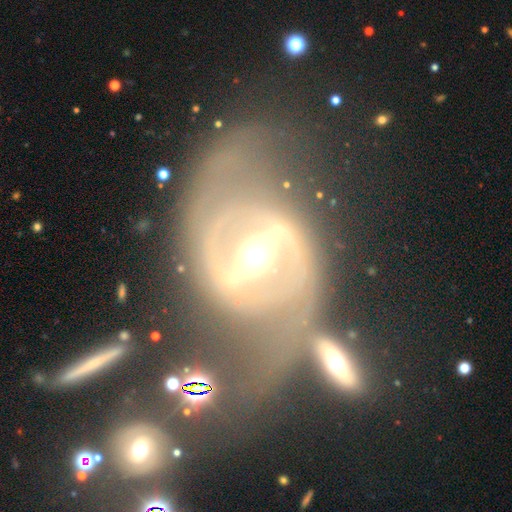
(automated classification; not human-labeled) A featured or disk galaxy (87%) with a strong bar (55%), 2 (85%) medium (48%) spiral arms (90%) and a moderate central bulge (63%). Merging: none (47%).